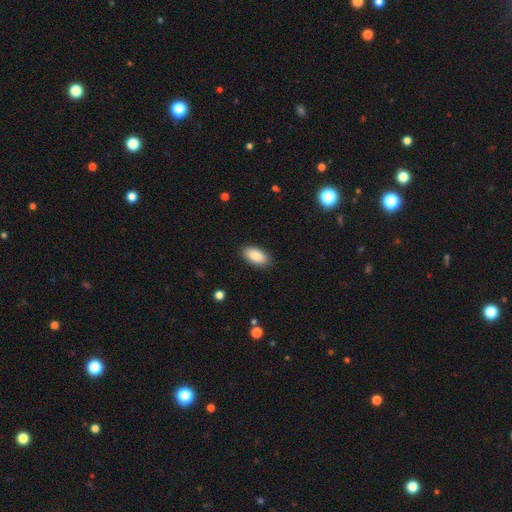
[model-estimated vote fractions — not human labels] This appears to be a smooth galaxy with no disk features (87%) that is in between round and cigar-shaped (94%). Merging: none (89%).